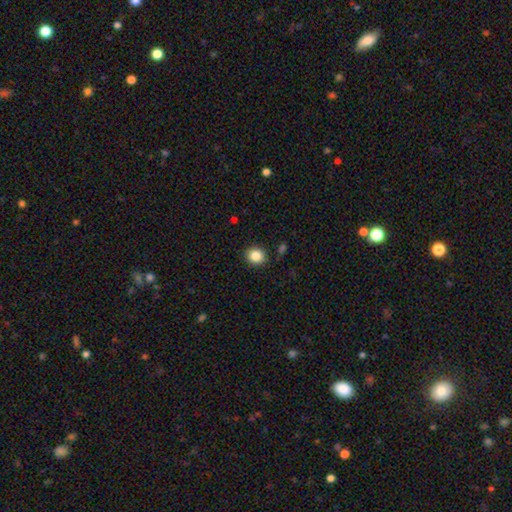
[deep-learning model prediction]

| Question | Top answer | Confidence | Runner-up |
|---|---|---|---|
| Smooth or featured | smooth | 86% | star or artifact (10%) |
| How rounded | round | 75% | in between (24%) |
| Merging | none | 89% | minor disturbance (7%) |